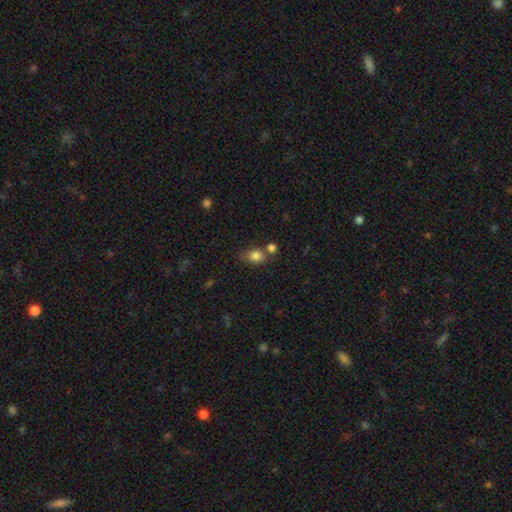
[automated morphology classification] A smooth galaxy with no disk features (82%) that is in between round and cigar-shaped (60%). Merging: none (54%).